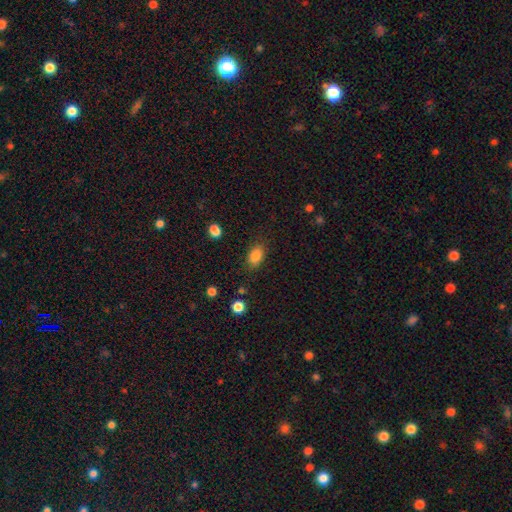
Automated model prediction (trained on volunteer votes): Overall: smooth (85%). How rounded: in between (85%). Merging: none (82%).